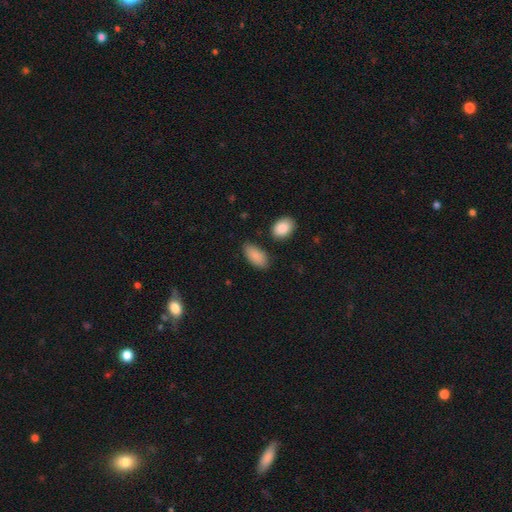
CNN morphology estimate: This is clearly a smooth galaxy (89%). How rounded: clearly in between (93%). Merging: clearly none (80%).